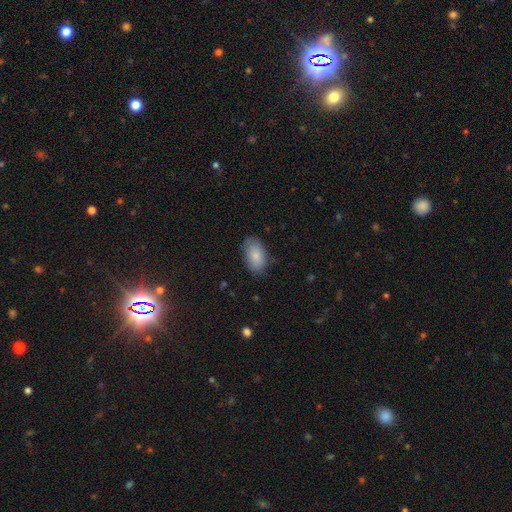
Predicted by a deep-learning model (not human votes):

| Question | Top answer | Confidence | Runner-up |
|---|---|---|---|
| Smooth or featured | smooth | 84% | featured or disk (9%) |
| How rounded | in between | 93% | round (5%) |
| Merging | none | 78% | minor disturbance (17%) |